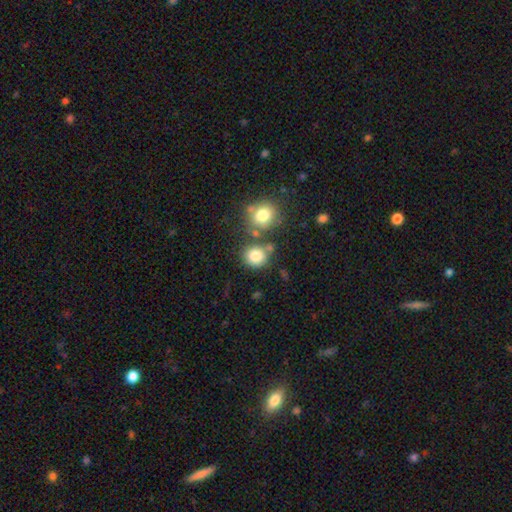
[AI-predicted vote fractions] Smooth or featured?
  - smooth: 82% *
  - star or artifact: 11%
  - featured or disk: 8%
How rounded?
  - round: 86% *
  - in between: 13%
  - cigar-shaped: 1%
Merging?
  - none: 65% *
  - merger: 19%
  - minor disturbance: 11%
  - major disturbance: 5%